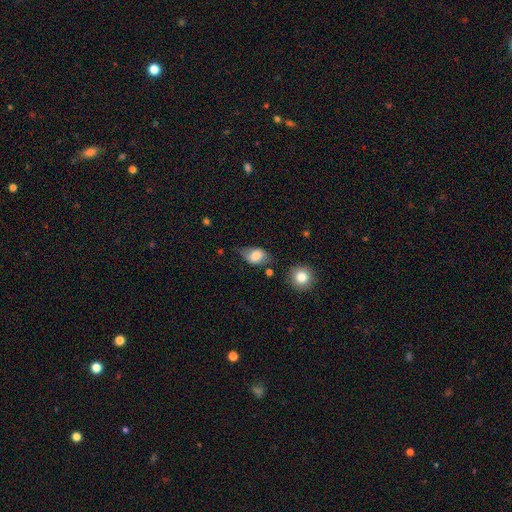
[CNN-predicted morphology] Smooth or featured? smooth (74%)
How rounded? in between (76%)
Merging? none (51%)